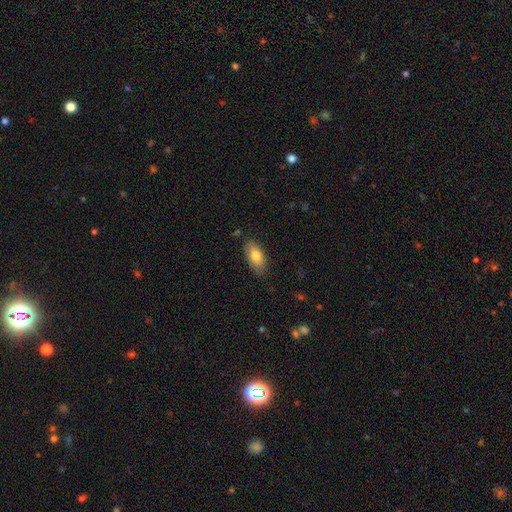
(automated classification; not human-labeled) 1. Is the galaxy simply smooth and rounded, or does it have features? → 79% smooth, 14% featured or disk, 7% star or artifact.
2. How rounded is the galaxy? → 88% in between, 10% cigar-shaped, 3% round.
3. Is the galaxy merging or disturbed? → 82% none, 14% minor disturbance, 2% major disturbance, 2% merger.